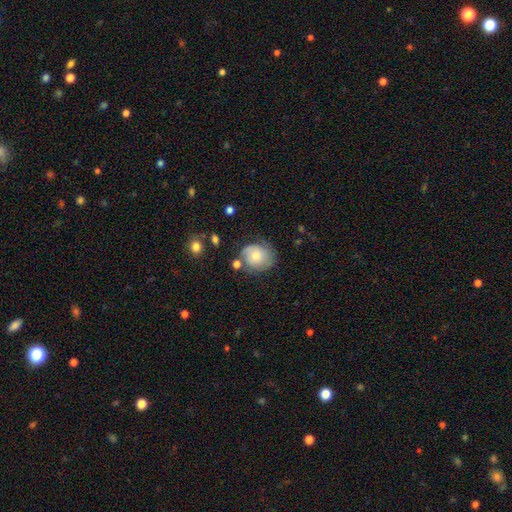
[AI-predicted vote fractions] A smooth galaxy with no disk features (61%) that is round (72%).

Vote fractions:
- Smooth or featured? smooth: 61% / featured or disk: 31% / star or artifact: 8%
- How rounded? round: 72% / in between: 27% / cigar-shaped: 1%
- Merging? none: 59% / minor disturbance: 25% / major disturbance: 9% / merger: 7%